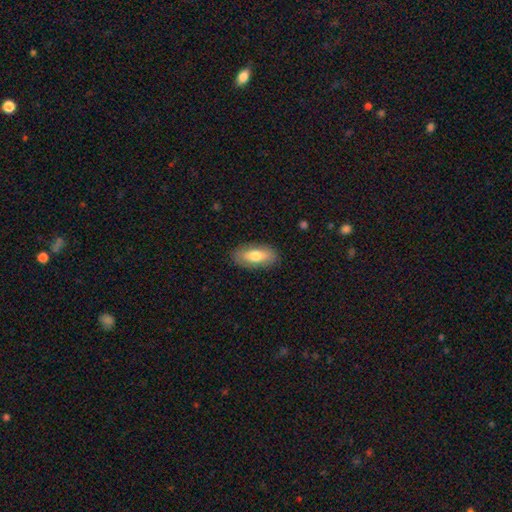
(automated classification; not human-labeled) Morphology: type=smooth (70%); roundness=in between (85%); merging=none (85%).